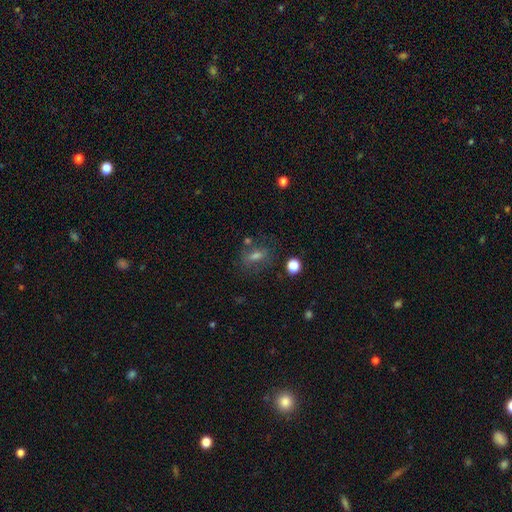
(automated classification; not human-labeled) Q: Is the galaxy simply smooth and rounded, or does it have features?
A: smooth — 58%.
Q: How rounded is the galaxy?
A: in between — 66%.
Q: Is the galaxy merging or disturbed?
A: none — 67%.